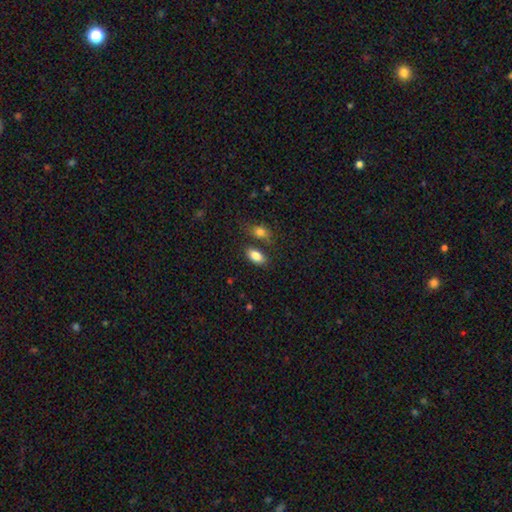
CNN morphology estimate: Smooth or featured? Predicted: smooth (p=0.86). How rounded? Predicted: in between (p=0.92). Merging? Predicted: none (p=0.70).